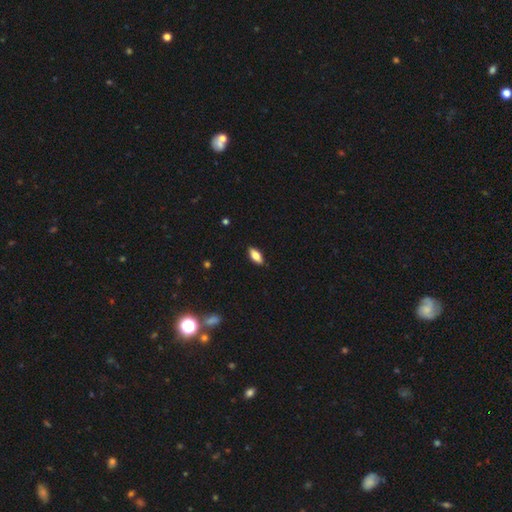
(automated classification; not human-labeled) Q: Smooth or featured?
A: smooth (75%); runner-up: featured or disk (18%)
Q: How rounded?
A: in between (85%); runner-up: cigar-shaped (12%)
Q: Merging?
A: none (88%); runner-up: minor disturbance (9%)